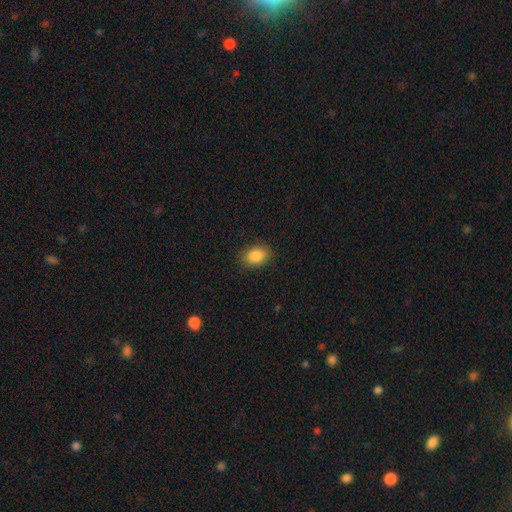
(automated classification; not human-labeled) This is clearly a smooth galaxy (87%). How rounded: clearly in between (80%). Merging: clearly none (87%).